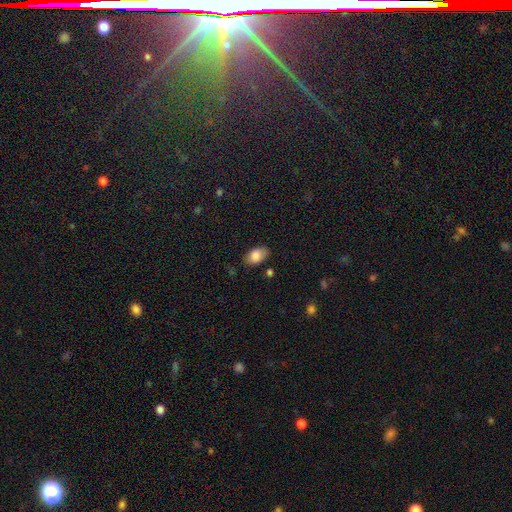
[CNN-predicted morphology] A smooth galaxy with no disk features (84%) that is in between round and cigar-shaped (91%).

Vote fractions:
- Smooth or featured? smooth: 84% / featured or disk: 9% / star or artifact: 7%
- How rounded? in between: 91% / round: 7% / cigar-shaped: 1%
- Merging? none: 80% / minor disturbance: 15% / major disturbance: 3% / merger: 2%